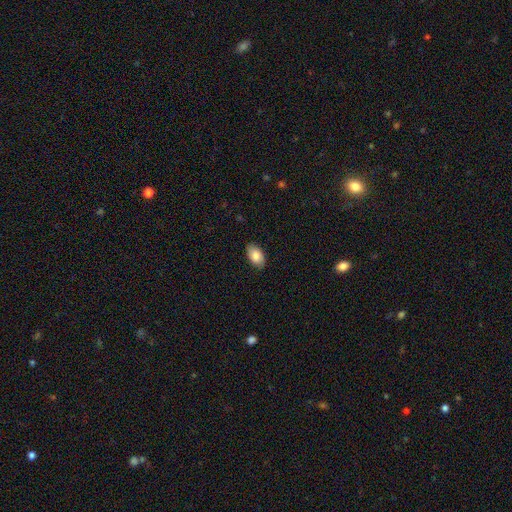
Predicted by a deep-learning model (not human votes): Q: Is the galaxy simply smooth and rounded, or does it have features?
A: smooth — 84%.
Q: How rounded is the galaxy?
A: in between — 93%.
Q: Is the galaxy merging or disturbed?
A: none — 86%.